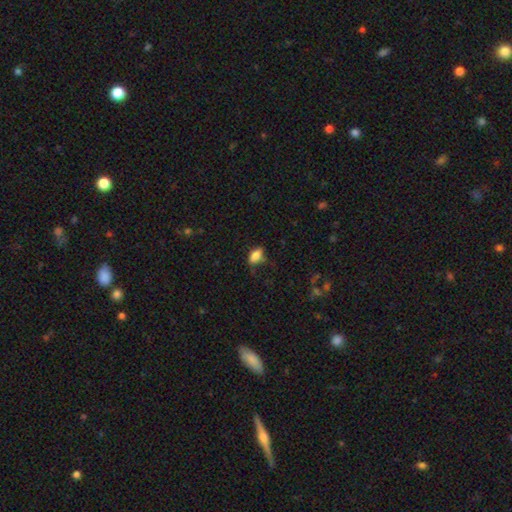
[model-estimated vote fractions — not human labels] smooth_or_featured: smooth (p=0.82) [alt: featured or disk p=0.09]
how_rounded: in between (p=0.88) [alt: round p=0.06]
merging: none (p=0.68) [alt: minor disturbance p=0.23]